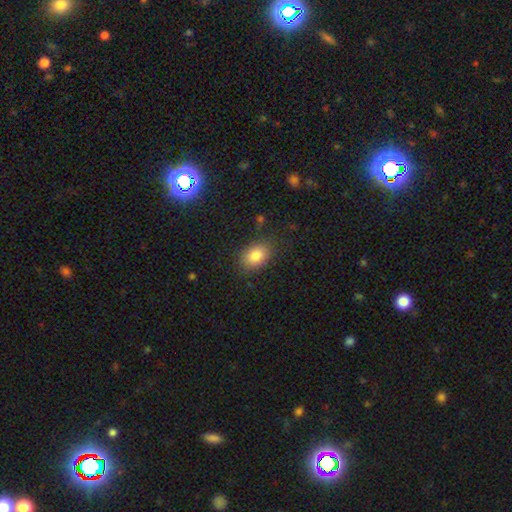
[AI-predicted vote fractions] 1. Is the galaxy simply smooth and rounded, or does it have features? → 83% smooth, 9% star or artifact, 8% featured or disk.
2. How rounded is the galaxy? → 78% in between, 21% round, 1% cigar-shaped.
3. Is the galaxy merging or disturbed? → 82% none, 13% minor disturbance, 4% major disturbance, 1% merger.